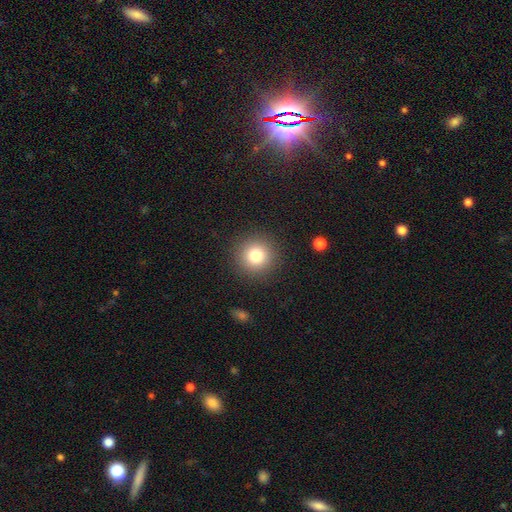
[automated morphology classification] smooth 79%, star or artifact 12%, featured or disk 9%. Down the decision tree: how rounded — round (95%); merging — none (90%).